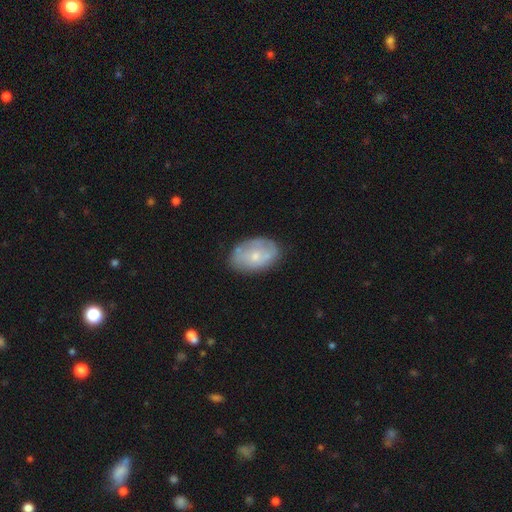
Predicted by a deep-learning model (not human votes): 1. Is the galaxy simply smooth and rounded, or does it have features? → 49% smooth, 44% featured or disk, 7% star or artifact.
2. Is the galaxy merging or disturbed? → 71% none, 22% minor disturbance, 6% major disturbance, 2% merger.